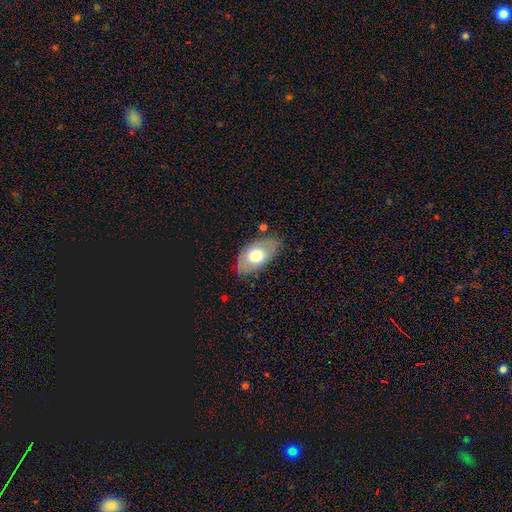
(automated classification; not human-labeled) A smooth galaxy with no disk features (63%) that is in between round and cigar-shaped (91%). Merging: none (75%).